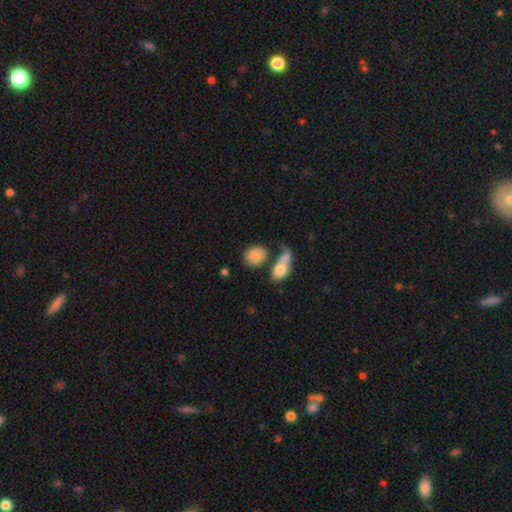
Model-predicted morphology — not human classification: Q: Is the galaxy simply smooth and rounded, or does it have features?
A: smooth — 83%.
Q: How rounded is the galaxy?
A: round — 50%.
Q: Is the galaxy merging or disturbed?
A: none — 50%.